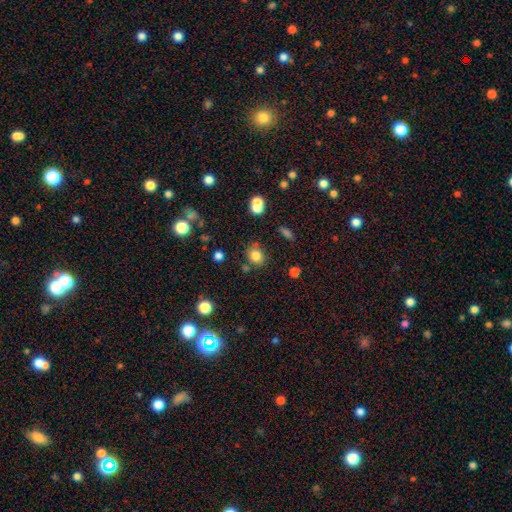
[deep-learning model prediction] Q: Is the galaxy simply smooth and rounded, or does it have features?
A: smooth — 80%.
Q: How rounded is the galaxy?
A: round — 63%.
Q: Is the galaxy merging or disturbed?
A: none — 72%.